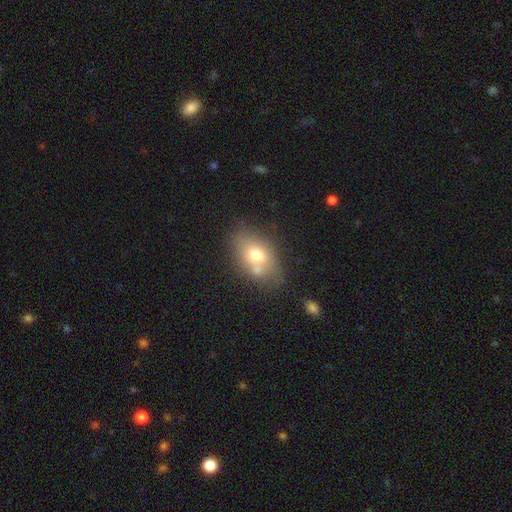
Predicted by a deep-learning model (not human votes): Morphology: type=smooth (66%); roundness=in between (77%); merging=none (53%).